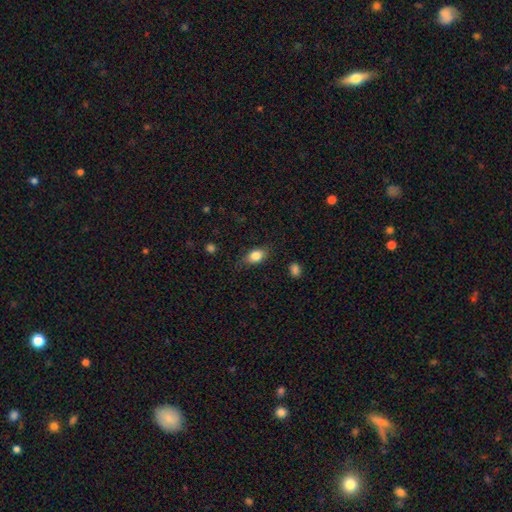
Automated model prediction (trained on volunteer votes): Morphology: type=smooth (82%); roundness=in between (81%); merging=none (75%).